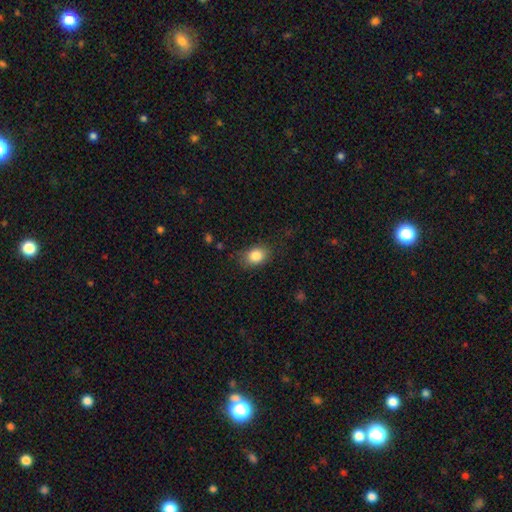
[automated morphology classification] Overall: smooth (85%). How rounded: in between (62%; round 36%). Merging: none (76%).